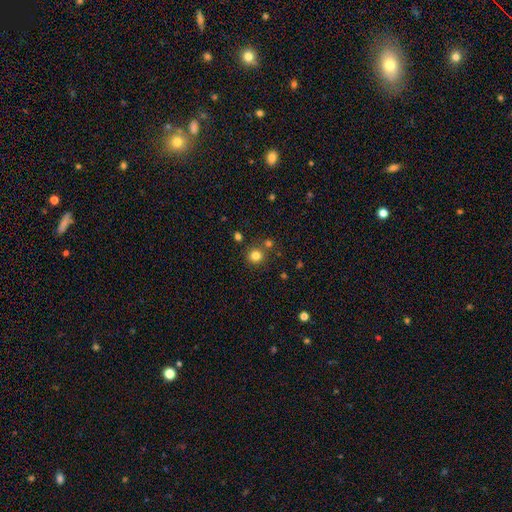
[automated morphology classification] smooth 80%, star or artifact 14%, featured or disk 5%. Down the decision tree: how rounded — round (92%); merging — none (80%).